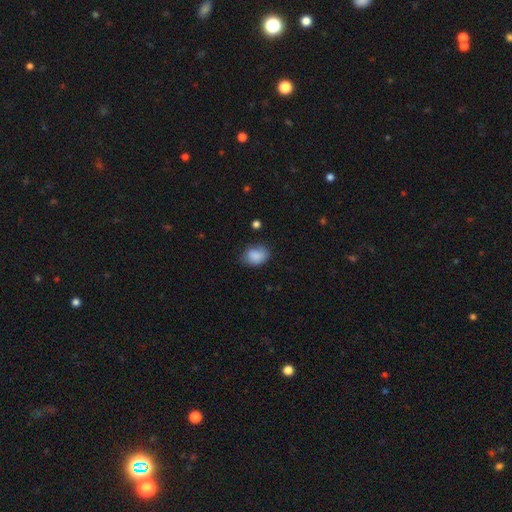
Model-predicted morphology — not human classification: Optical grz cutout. It shows a smooth galaxy with no disk features (86%) that is in between round and cigar-shaped (66%). Merging: none (65%).